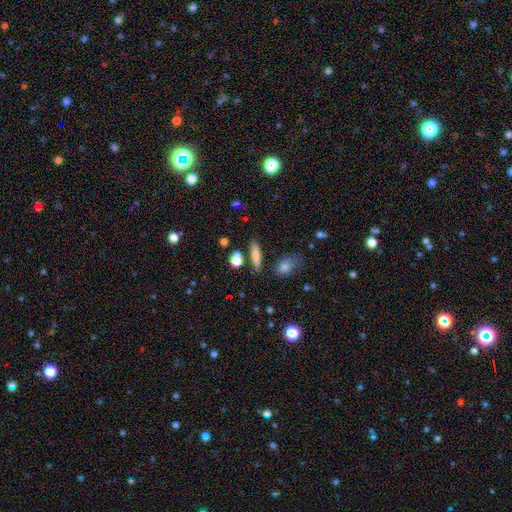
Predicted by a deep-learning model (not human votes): A smooth galaxy with no disk features (78%) that is cigar-shaped (63%).

Vote fractions:
- Smooth or featured? smooth: 78% / featured or disk: 12% / star or artifact: 10%
- How rounded? cigar-shaped: 63% / in between: 26% / round: 11%
- Merging? none: 80% / minor disturbance: 10% / merger: 8% / major disturbance: 3%